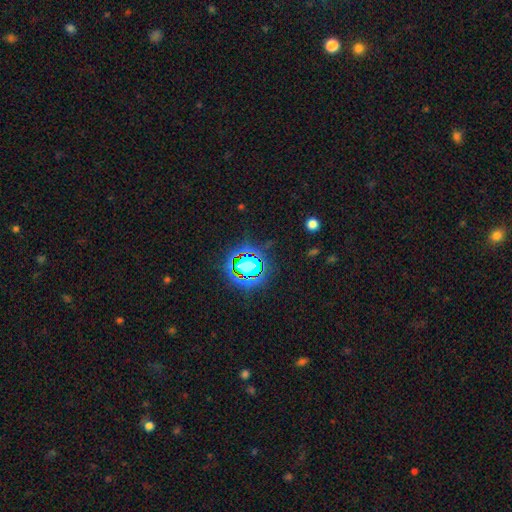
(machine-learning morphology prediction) A star or artifact, not a galaxy (80%).

Vote fractions:
- Smooth or featured? star or artifact: 80% / smooth: 12% / featured or disk: 8%